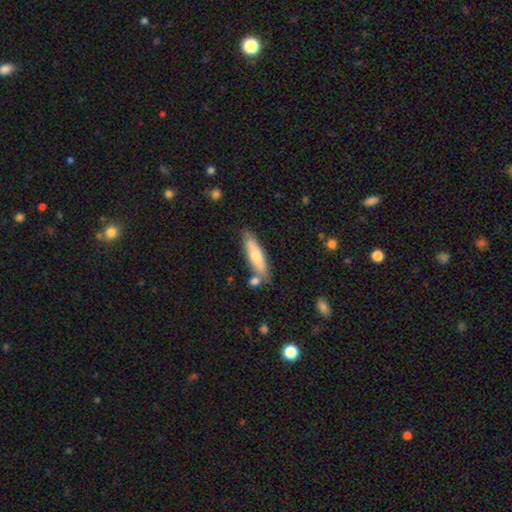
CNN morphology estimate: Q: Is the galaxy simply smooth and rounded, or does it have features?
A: smooth — 61%.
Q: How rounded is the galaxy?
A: cigar-shaped — 69%.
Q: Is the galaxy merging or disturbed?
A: none — 75%.